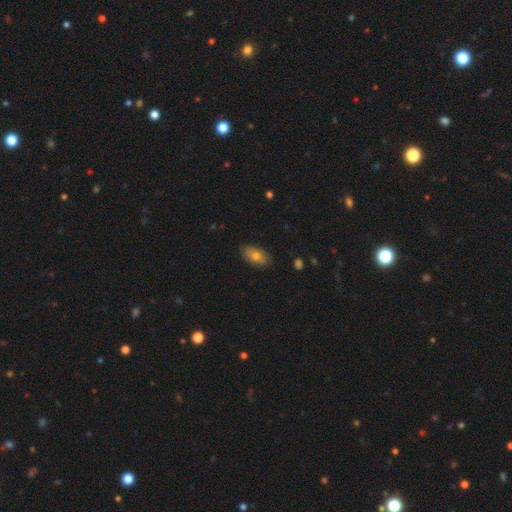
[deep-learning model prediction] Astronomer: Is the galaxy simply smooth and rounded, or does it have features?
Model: smooth — 74%.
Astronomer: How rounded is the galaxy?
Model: in between — 90%.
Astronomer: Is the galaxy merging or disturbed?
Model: none — 85%.